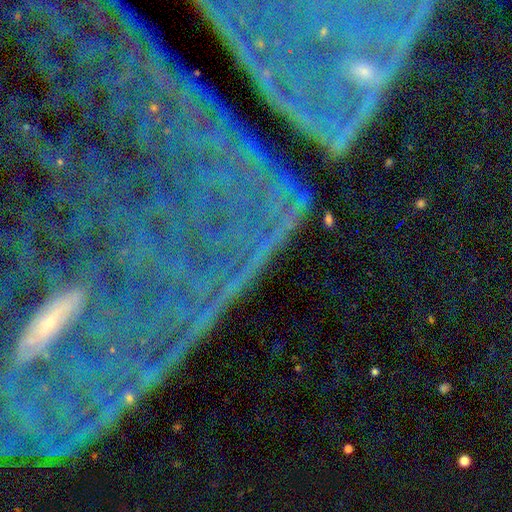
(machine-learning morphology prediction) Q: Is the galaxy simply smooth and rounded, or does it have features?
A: star or artifact — 76%.